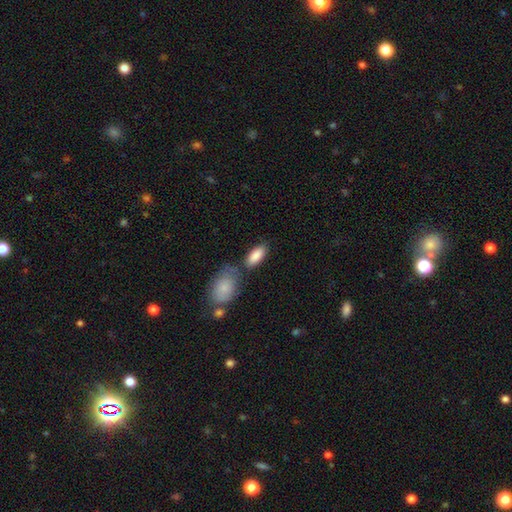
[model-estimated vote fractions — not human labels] Smooth or featured?
  - smooth: 88% *
  - featured or disk: 7%
  - star or artifact: 6%
How rounded?
  - in between: 89% *
  - cigar-shaped: 9%
  - round: 2%
Merging?
  - none: 66% *
  - minor disturbance: 15%
  - merger: 14%
  - major disturbance: 4%